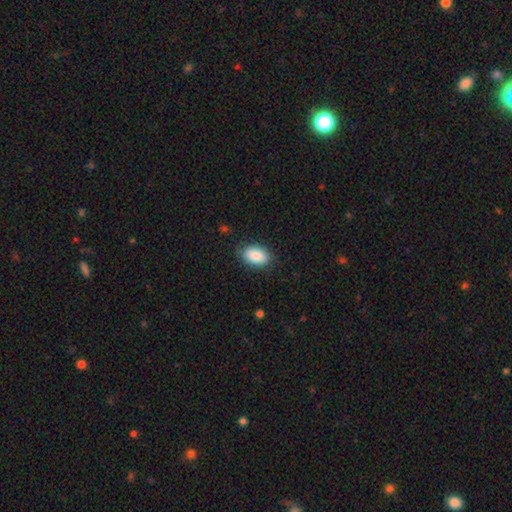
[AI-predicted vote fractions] Overall: smooth (88%). How rounded: in between (90%). Merging: none (85%).